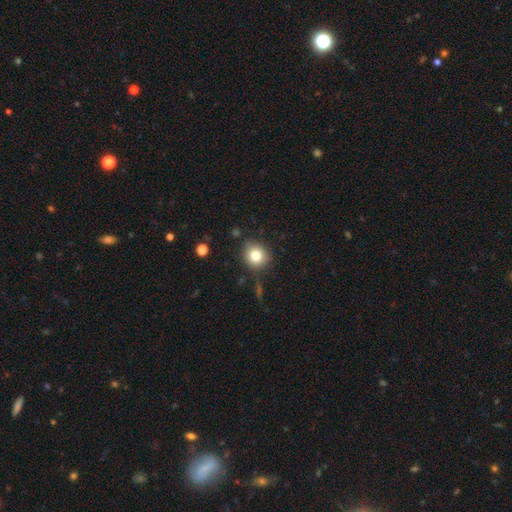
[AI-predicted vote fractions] Smooth or featured: smooth — 80% (star or artifact — 11%)
How rounded: round — 83% (in between — 16%)
Merging: none — 84% (minor disturbance — 10%)